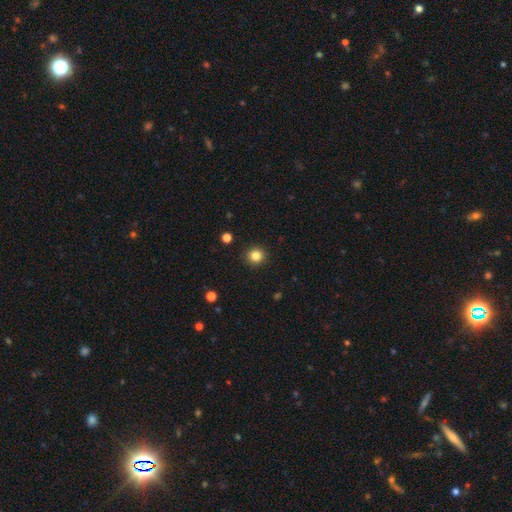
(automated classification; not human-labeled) Smooth or featured? smooth (83%)
How rounded? round (92%)
Merging? none (92%)